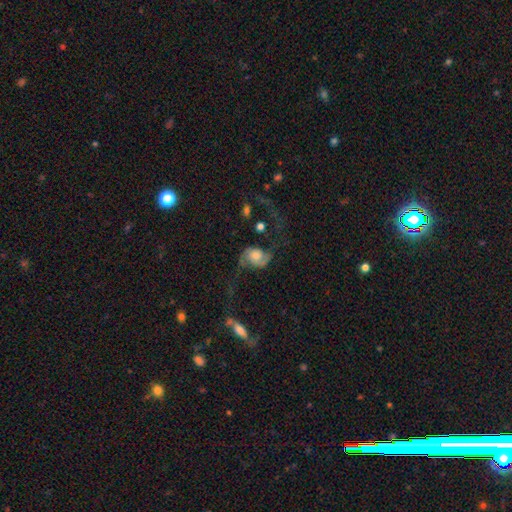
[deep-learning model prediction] Smooth or featured?
  - featured or disk: 74% *
  - smooth: 19%
  - star or artifact: 7%
Edge-on disk?
  - no: 97% *
  - yes: 3%
Bar?
  - no: 70% *
  - weak: 25%
  - strong: 5%
Spiral arms?
  - yes: 91% *
  - no: 9%
Spiral winding?
  - loose: 70% *
  - medium: 23%
  - tight: 7%
Spiral arm count?
  - 2: 90% *
  - 1: 3%
  - can't tell: 3%
  - 3: 1%
  - 4: 1%
  - more than 4: 1%
Bulge size?
  - moderate: 50% *
  - large: 20%
  - small: 20%
  - none: 6%
  - dominant: 4%
Merging?
  - none: 43% *
  - major disturbance: 33%
  - minor disturbance: 17%
  - merger: 7%